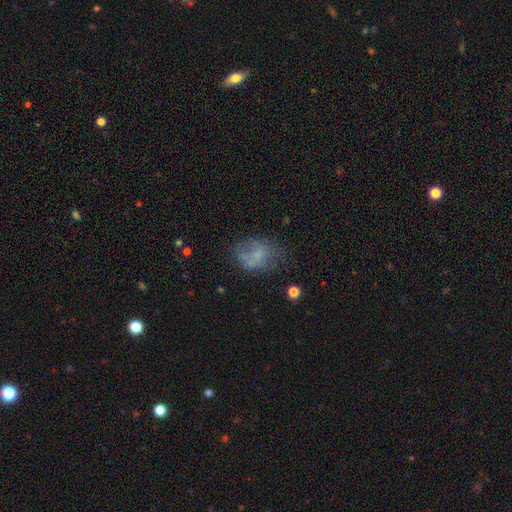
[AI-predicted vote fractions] Q: Smooth or featured?
A: smooth (56%); runner-up: featured or disk (31%)
Q: How rounded?
A: in between (69%); runner-up: round (29%)
Q: Merging?
A: none (45%); runner-up: minor disturbance (26%)